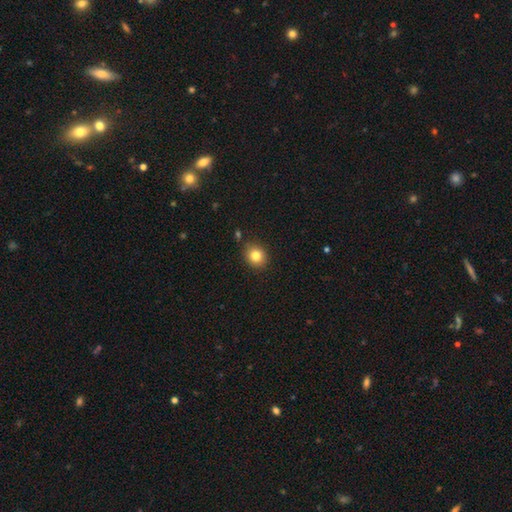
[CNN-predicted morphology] The model was most divided on "how rounded": round: 69%, in between: 30%, cigar-shaped: 1%. More confident: merging — none (87%); smooth or featured — smooth (82%).